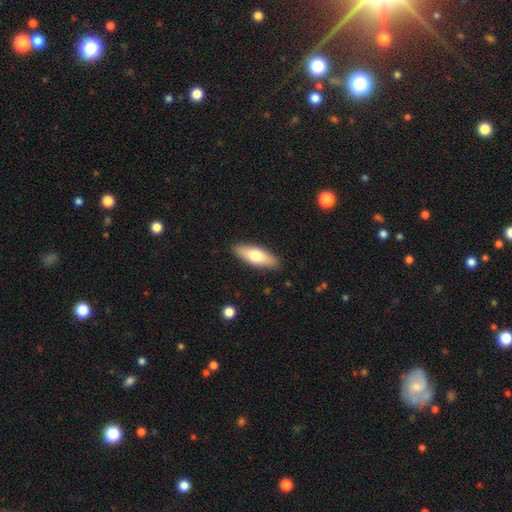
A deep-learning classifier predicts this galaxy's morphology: smooth_or_featured: smooth (p=0.66) [alt: featured or disk p=0.28]
how_rounded: in between (p=0.64) [alt: cigar-shaped p=0.33]
merging: none (p=0.88) [alt: minor disturbance p=0.09]